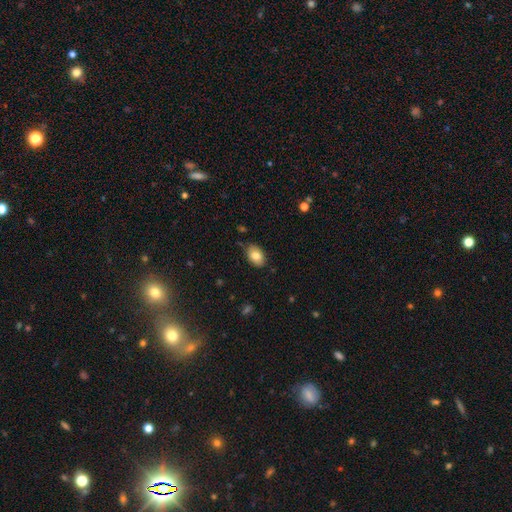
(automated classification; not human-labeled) smooth-or-featured: smooth: 81% | featured or disk: 11% | star or artifact: 8%
  how-rounded: in between: 87% | round: 12% | cigar-shaped: 1%
  merging: none: 81% | minor disturbance: 15% | major disturbance: 2% | merger: 2%